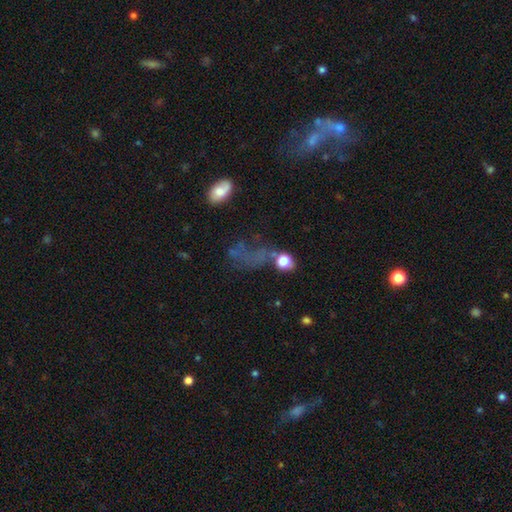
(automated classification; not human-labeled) A smooth galaxy with no disk features (37%).

Vote fractions:
- Smooth or featured? smooth: 37% / star or artifact: 36% / featured or disk: 27%
- Merging? none: 38% / major disturbance: 32% / minor disturbance: 17% / merger: 13%